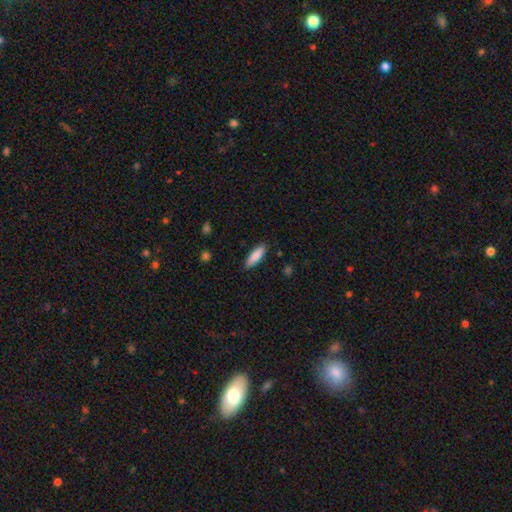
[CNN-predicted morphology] Smooth or featured?
  - smooth: 86% *
  - featured or disk: 8%
  - star or artifact: 6%
How rounded?
  - cigar-shaped: 54% *
  - in between: 45%
  - round: 1%
Merging?
  - none: 88% *
  - minor disturbance: 9%
  - major disturbance: 2%
  - merger: 1%